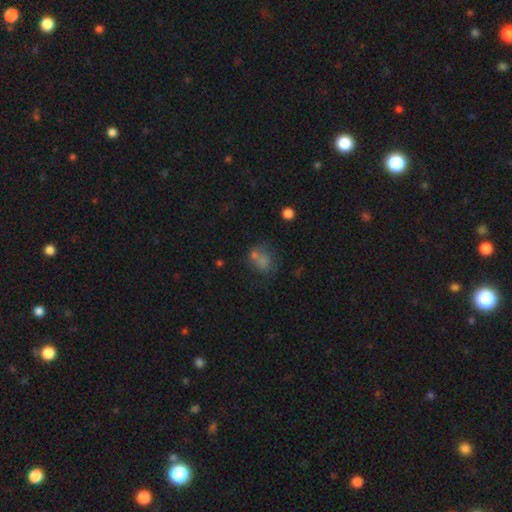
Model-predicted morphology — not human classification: smooth 63%, star or artifact 21%, featured or disk 16%. Down the decision tree: how rounded — in between (49%, tied with round); merging — none (39%).